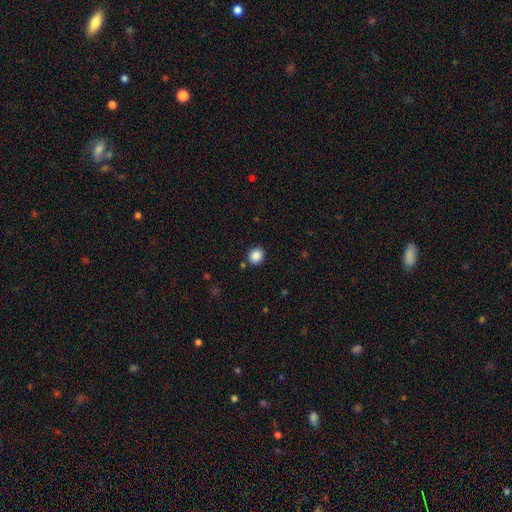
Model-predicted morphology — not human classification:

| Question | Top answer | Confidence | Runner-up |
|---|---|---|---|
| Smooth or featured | smooth | 88% | star or artifact (10%) |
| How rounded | round | 77% | in between (23%) |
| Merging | none | 87% | minor disturbance (8%) |